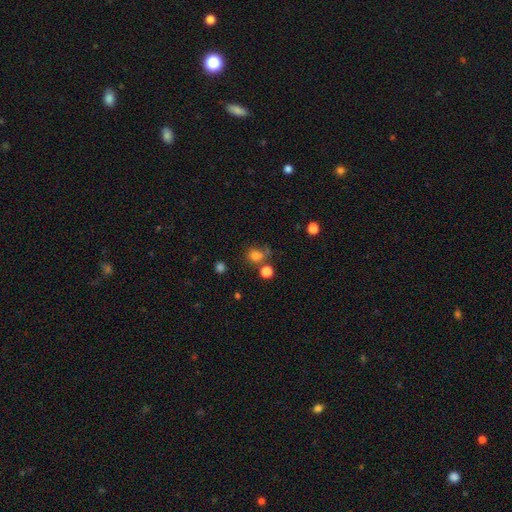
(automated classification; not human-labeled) Smooth or featured?
  - smooth: 76% *
  - star or artifact: 17%
  - featured or disk: 8%
How rounded?
  - round: 77% *
  - in between: 22%
  - cigar-shaped: 1%
Merging?
  - none: 56% *
  - merger: 22%
  - minor disturbance: 14%
  - major disturbance: 8%